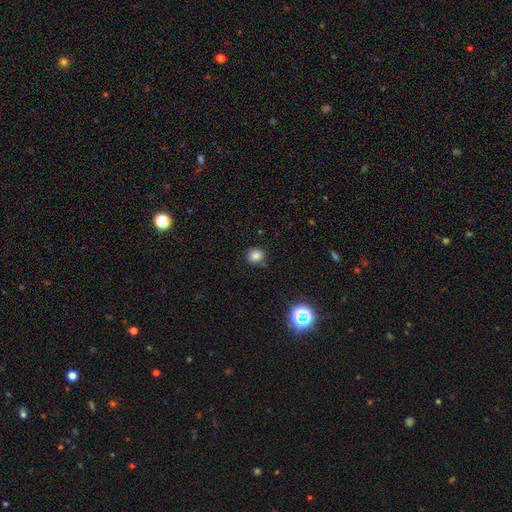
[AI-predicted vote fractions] Smooth or featured?
  - smooth: 81% *
  - star or artifact: 14%
  - featured or disk: 5%
How rounded?
  - round: 83% *
  - in between: 16%
  - cigar-shaped: 1%
Merging?
  - none: 82% *
  - minor disturbance: 12%
  - merger: 3%
  - major disturbance: 3%